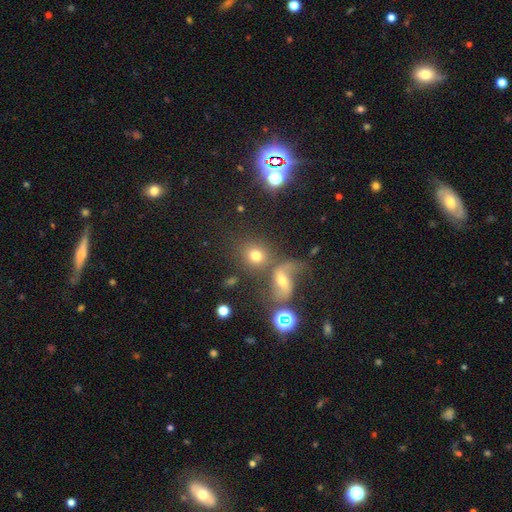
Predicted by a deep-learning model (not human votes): smooth 68%, featured or disk 17%, star or artifact 15%. Down the decision tree: how rounded — round (74%); merging — none (51%).